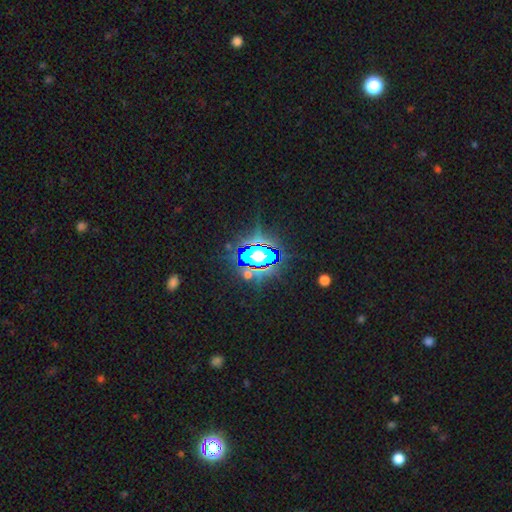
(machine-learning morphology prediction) Smooth or featured? star or artifact (69%)